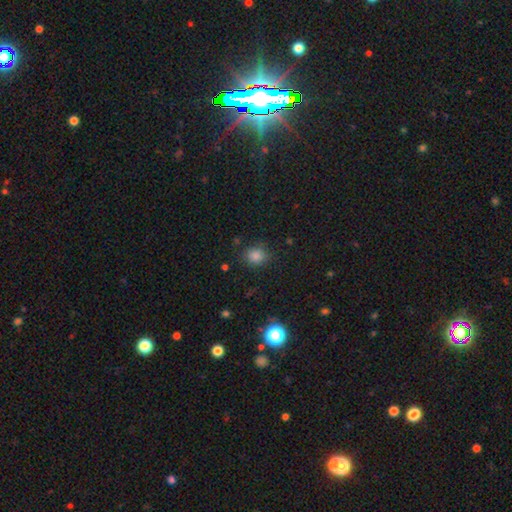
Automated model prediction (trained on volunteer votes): Q: Smooth or featured?
A: smooth (79%); runner-up: star or artifact (16%)
Q: How rounded?
A: round (76%); runner-up: in between (23%)
Q: Merging?
A: none (84%); runner-up: minor disturbance (11%)